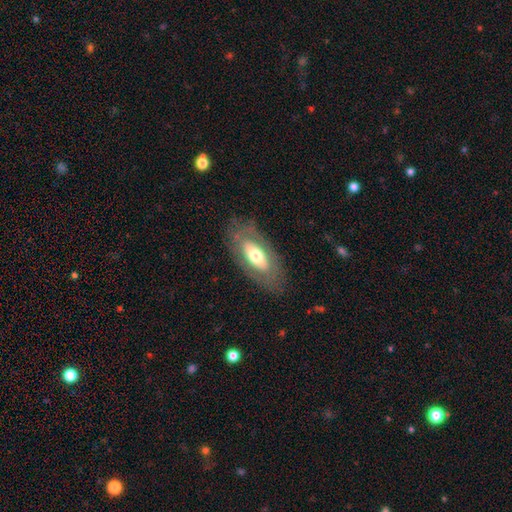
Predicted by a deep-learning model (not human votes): smooth-or-featured: smooth: 48% | featured or disk: 46% | star or artifact: 6%
  merging: none: 79% | minor disturbance: 13% | major disturbance: 7% | merger: 1%